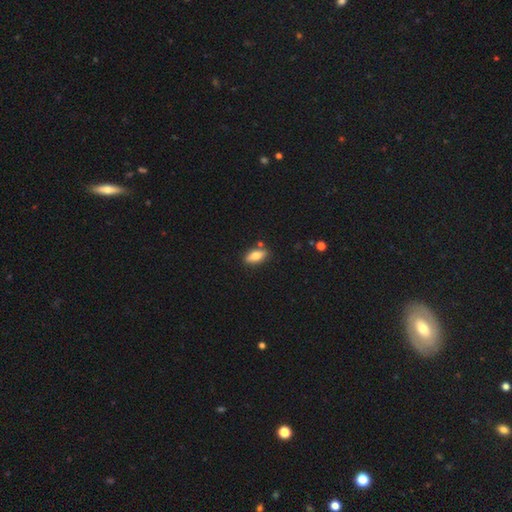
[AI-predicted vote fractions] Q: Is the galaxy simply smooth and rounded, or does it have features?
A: smooth — 74%.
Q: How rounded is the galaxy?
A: in between — 80%.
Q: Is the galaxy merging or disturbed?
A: none — 81%.